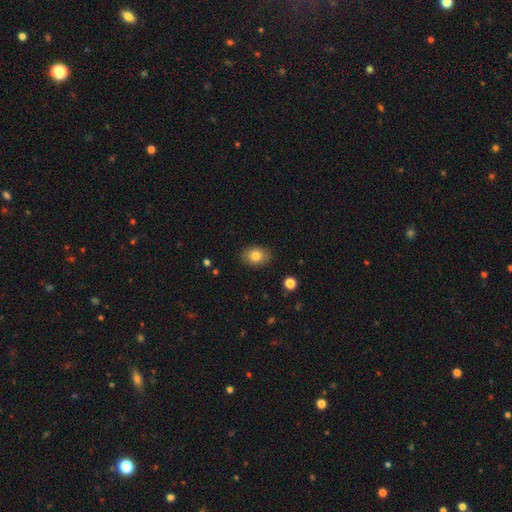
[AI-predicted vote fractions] Smooth or featured? Predicted: smooth (p=0.81). How rounded? Predicted: in between (p=0.68). Merging? Predicted: none (p=0.88).